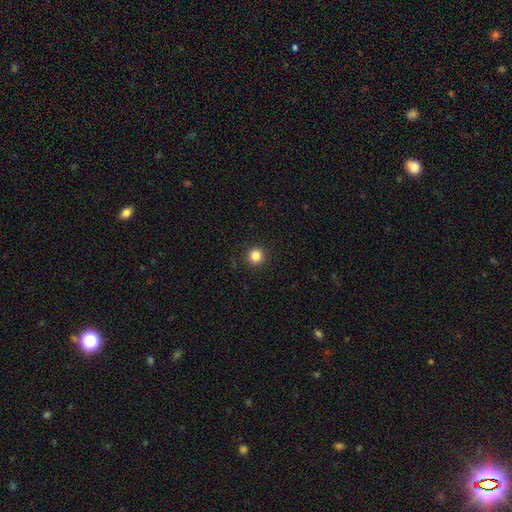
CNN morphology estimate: Smooth or featured: smooth — 85% (star or artifact — 12%)
How rounded: round — 95% (in between — 4%)
Merging: none — 92% (minor disturbance — 5%)